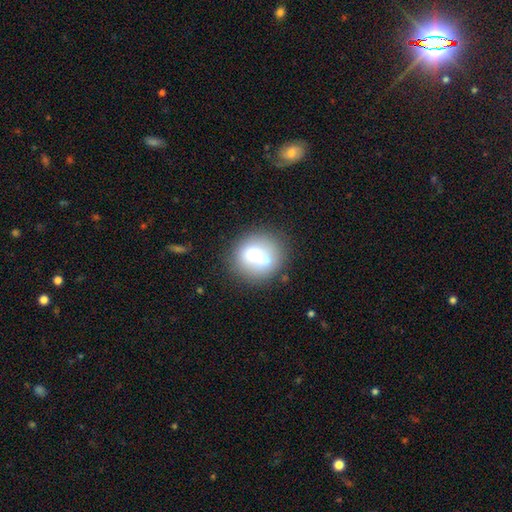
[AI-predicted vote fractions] smooth-or-featured: smooth: 58% | featured or disk: 31% | star or artifact: 11%
  how-rounded: round: 83% | in between: 15% | cigar-shaped: 2%
  merging: none: 58% | merger: 19% | minor disturbance: 15% | major disturbance: 8%